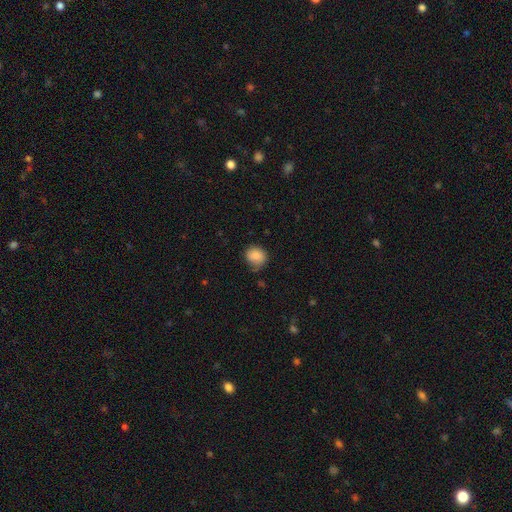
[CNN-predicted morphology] A smooth galaxy with no disk features (84%) that is round (70%).

Vote fractions:
- Smooth or featured? smooth: 84% / star or artifact: 8% / featured or disk: 8%
- How rounded? round: 70% / in between: 29% / cigar-shaped: 1%
- Merging? none: 62% / minor disturbance: 27% / major disturbance: 8% / merger: 2%